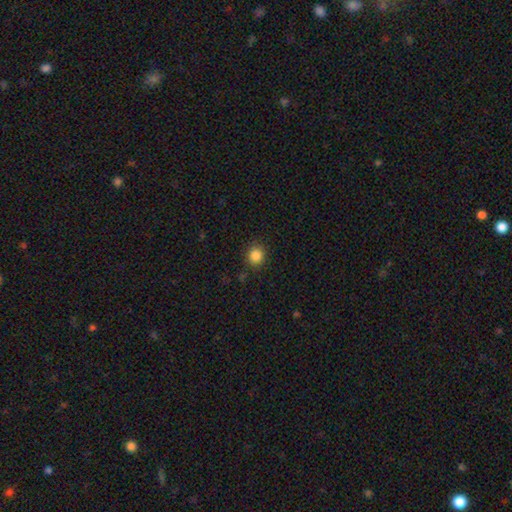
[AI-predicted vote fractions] A smooth galaxy with no disk features (85%) that is round (86%).

Vote fractions:
- Smooth or featured? smooth: 85% / star or artifact: 11% / featured or disk: 4%
- How rounded? round: 86% / in between: 13% / cigar-shaped: 1%
- Merging? none: 88% / minor disturbance: 8% / major disturbance: 3% / merger: 1%